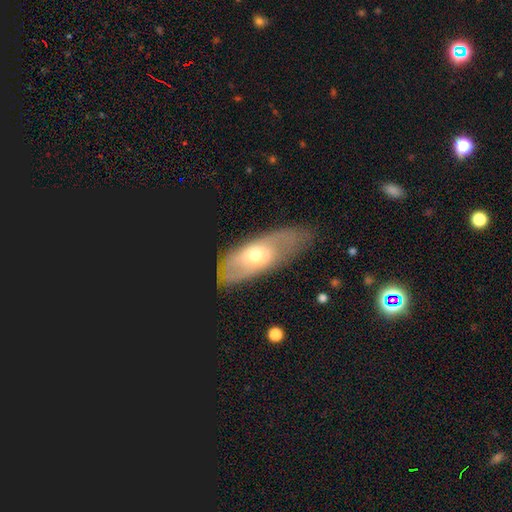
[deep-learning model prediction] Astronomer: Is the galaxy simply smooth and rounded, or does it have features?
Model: featured or disk — 53% (runner-up: smooth, 38%).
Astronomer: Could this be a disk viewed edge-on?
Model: no — 77%.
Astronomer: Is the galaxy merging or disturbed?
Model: none — 67%.